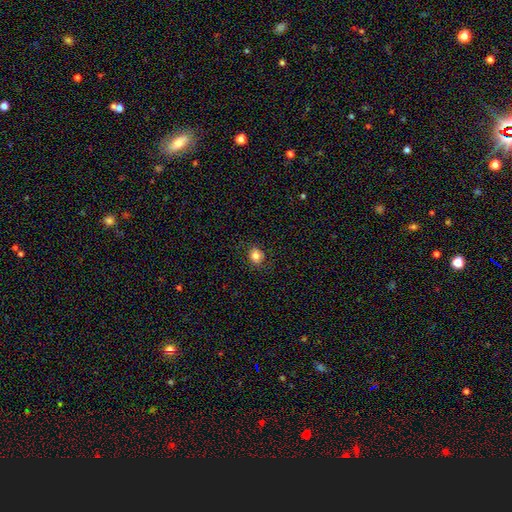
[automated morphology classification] This appears to be a smooth galaxy with no disk features (81%) that is round (68%). Merging: none (85%).